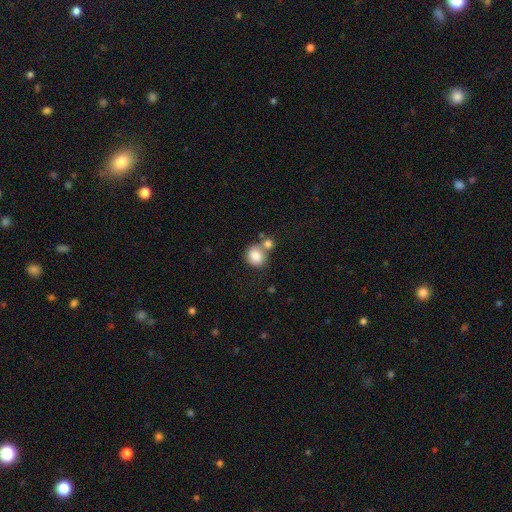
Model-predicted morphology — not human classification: smooth-or-featured: smooth: 83% | star or artifact: 9% | featured or disk: 8%
  how-rounded: round: 68% | in between: 31% | cigar-shaped: 1%
  merging: none: 47% | merger: 35% | minor disturbance: 12% | major disturbance: 5%